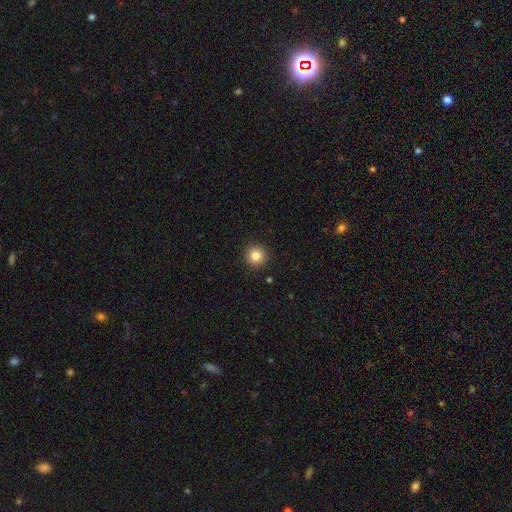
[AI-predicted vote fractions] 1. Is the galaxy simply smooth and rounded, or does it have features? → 85% smooth, 10% star or artifact, 5% featured or disk.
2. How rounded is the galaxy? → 94% round, 5% in between, 1% cigar-shaped.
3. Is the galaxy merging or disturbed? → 92% none, 5% minor disturbance, 2% major disturbance, 1% merger.